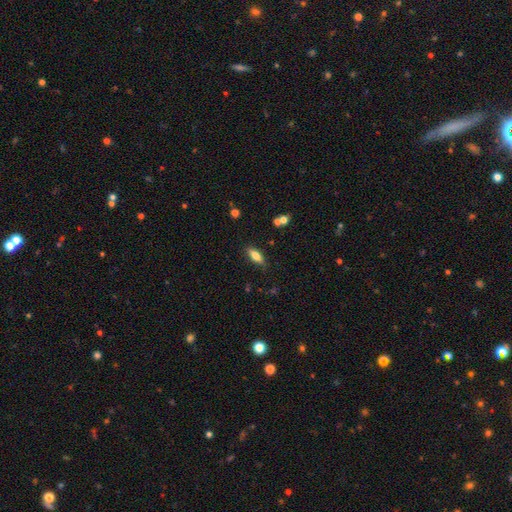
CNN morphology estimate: Smooth or featured? smooth (75%)
How rounded? in between (70%)
Merging? none (82%)